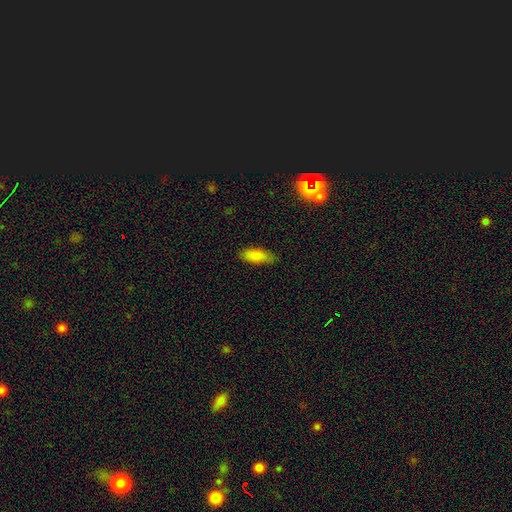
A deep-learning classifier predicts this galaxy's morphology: Q: Smooth or featured?
A: smooth (85%); runner-up: star or artifact (7%)
Q: How rounded?
A: in between (80%); runner-up: cigar-shaped (18%)
Q: Merging?
A: none (83%); runner-up: minor disturbance (13%)